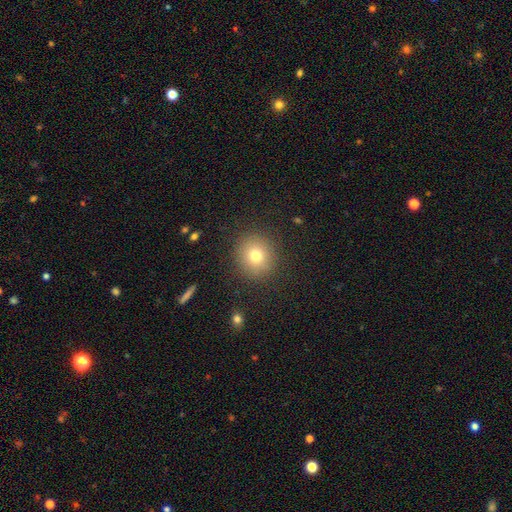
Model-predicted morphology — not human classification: smooth-or-featured: smooth: 75% | star or artifact: 14% | featured or disk: 12%
  how-rounded: round: 88% | in between: 11% | cigar-shaped: 1%
  merging: none: 89% | minor disturbance: 7% | major disturbance: 3% | merger: 1%